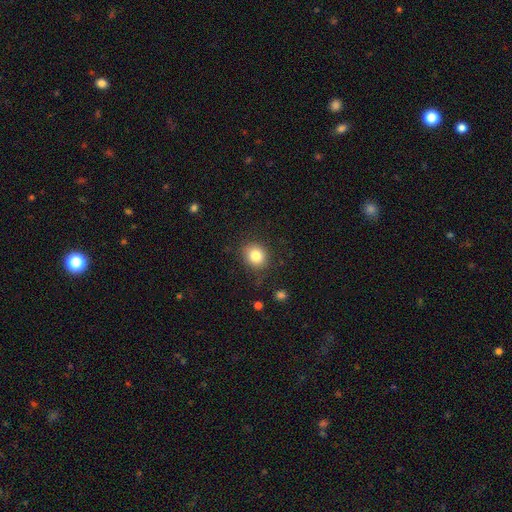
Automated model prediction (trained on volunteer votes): Q: Smooth or featured?
A: smooth (82%); runner-up: star or artifact (10%)
Q: How rounded?
A: round (73%); runner-up: in between (26%)
Q: Merging?
A: none (83%); runner-up: minor disturbance (12%)